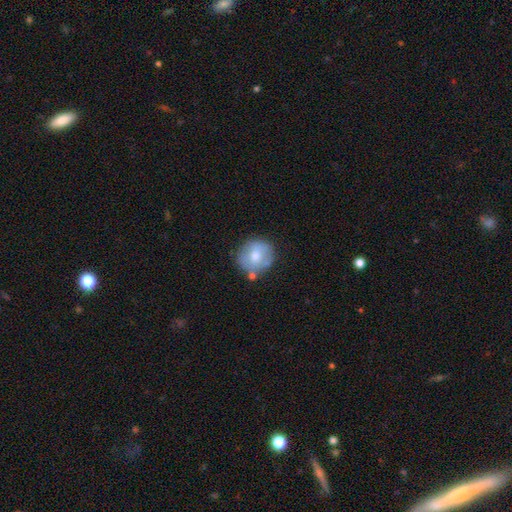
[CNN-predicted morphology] This appears to be a smooth galaxy with no disk features (63%) that is round (87%). Merging: none (69%).